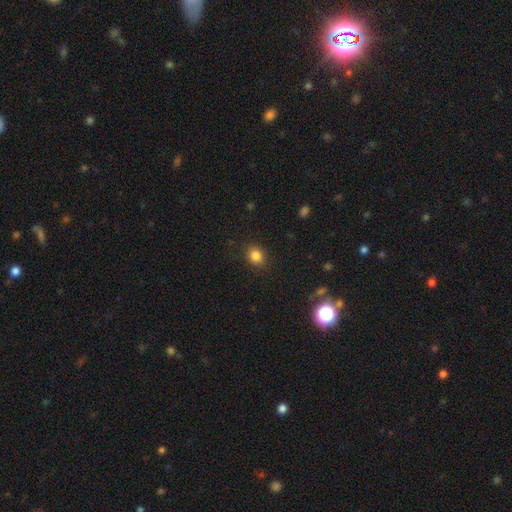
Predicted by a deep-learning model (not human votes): smooth-or-featured: smooth: 84% | star or artifact: 12% | featured or disk: 5%
  how-rounded: round: 61% | in between: 38% | cigar-shaped: 1%
  merging: none: 87% | minor disturbance: 9% | major disturbance: 3% | merger: 1%